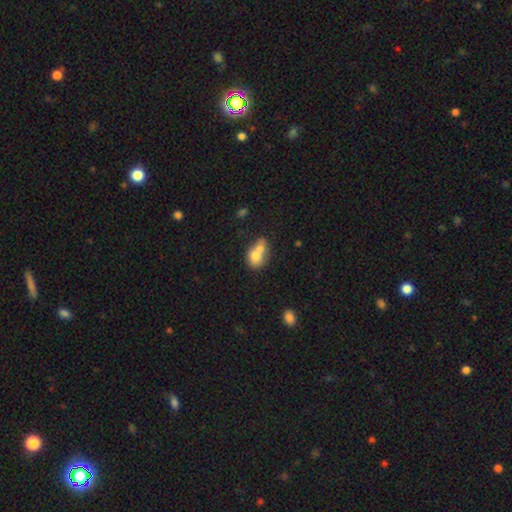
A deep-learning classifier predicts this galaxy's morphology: A smooth galaxy with no disk features (70%) that is in between round and cigar-shaped (56%). Merging: merger (66%).